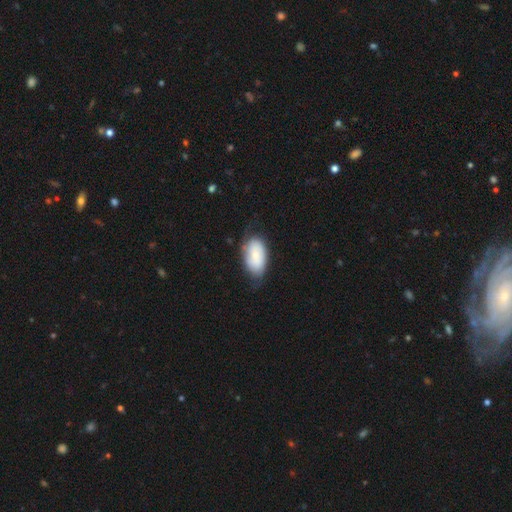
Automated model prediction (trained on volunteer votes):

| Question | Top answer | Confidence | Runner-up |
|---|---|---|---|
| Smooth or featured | smooth | 63% | featured or disk (31%) |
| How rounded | in between | 92% | round (6%) |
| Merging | none | 61% | minor disturbance (29%) |